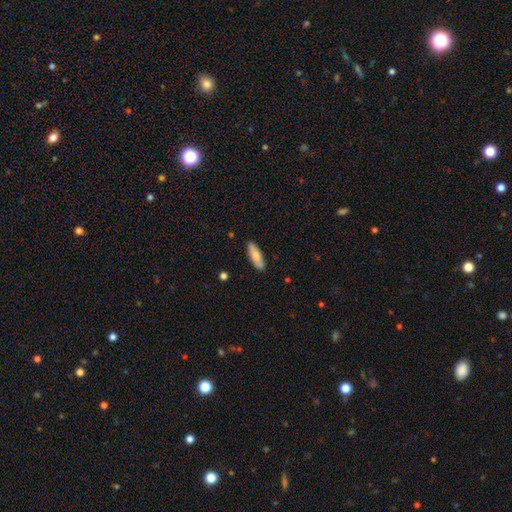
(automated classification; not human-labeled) smooth 79%, featured or disk 15%, star or artifact 6%. Down the decision tree: how rounded — in between (50%); merging — none (87%).